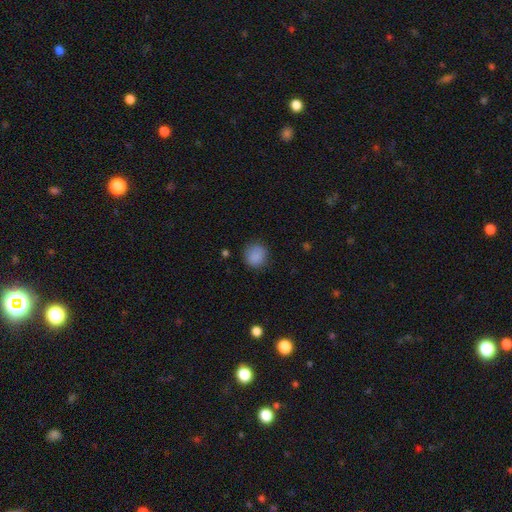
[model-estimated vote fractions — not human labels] smooth 87%, star or artifact 9%, featured or disk 4%. Down the decision tree: how rounded — round (87%); merging — none (84%).